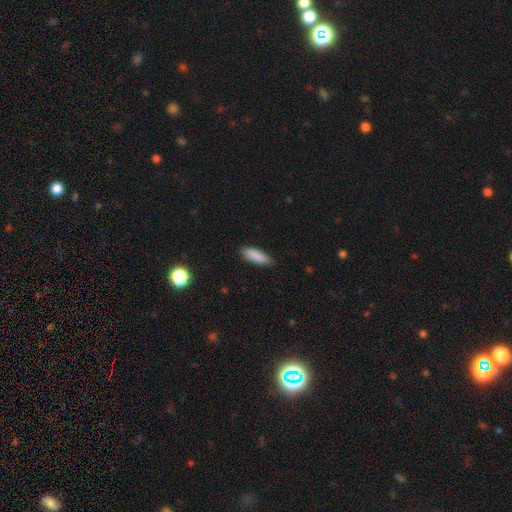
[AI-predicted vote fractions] A smooth galaxy with no disk features (88%) that is in between round and cigar-shaped (59%). Merging: none (83%).